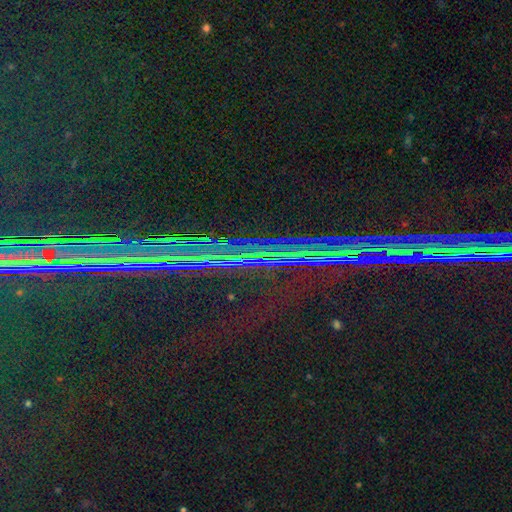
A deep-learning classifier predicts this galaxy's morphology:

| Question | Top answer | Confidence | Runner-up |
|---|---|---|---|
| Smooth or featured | star or artifact | 87% | featured or disk (7%) |